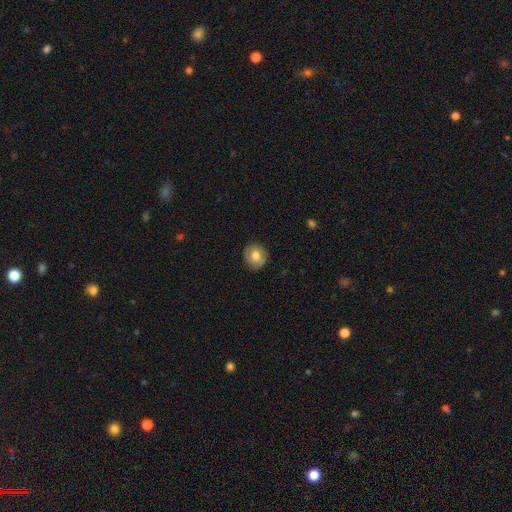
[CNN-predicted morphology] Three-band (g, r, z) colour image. It shows a smooth galaxy with no disk features (65%) that is round (85%). Merging: none (84%).